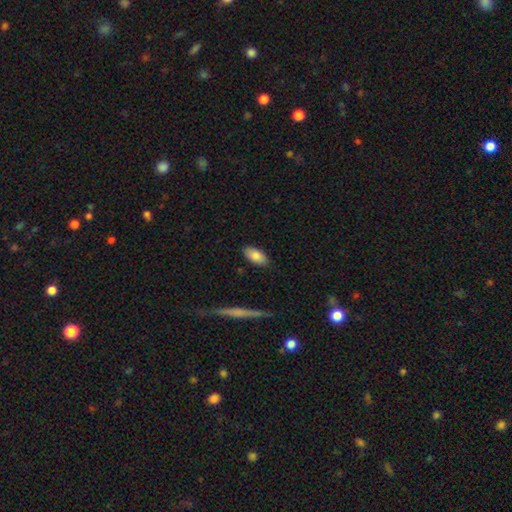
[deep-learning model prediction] The model was most divided on "smooth or featured": smooth: 83%, featured or disk: 11%, star or artifact: 7%. More confident: how rounded — in between (92%); merging — none (86%).